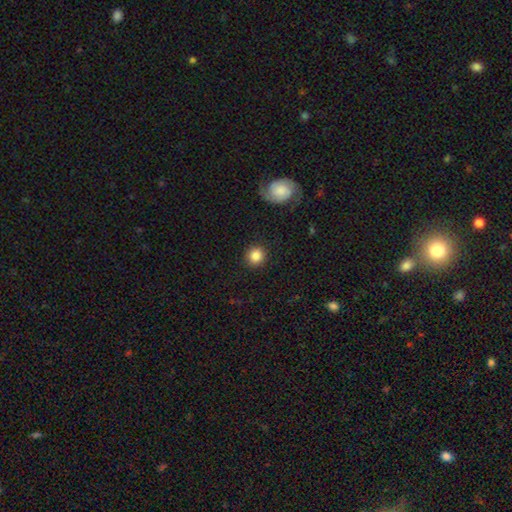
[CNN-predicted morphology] type=smooth (86%); roundness=round (91%); merging=none (90%).